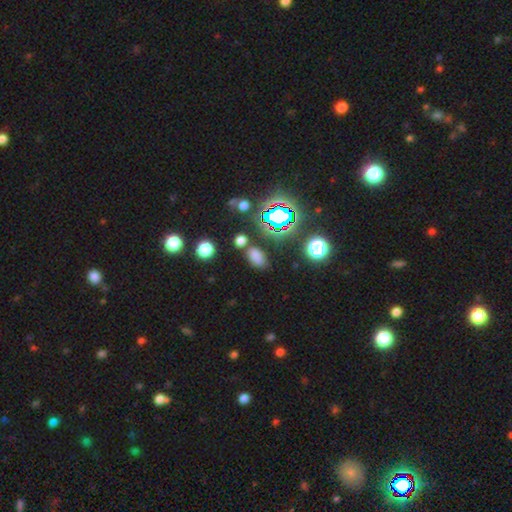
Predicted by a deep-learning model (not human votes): smooth 68%, star or artifact 24%, featured or disk 8%. Down the decision tree: how rounded — in between (85%); merging — none (73%).